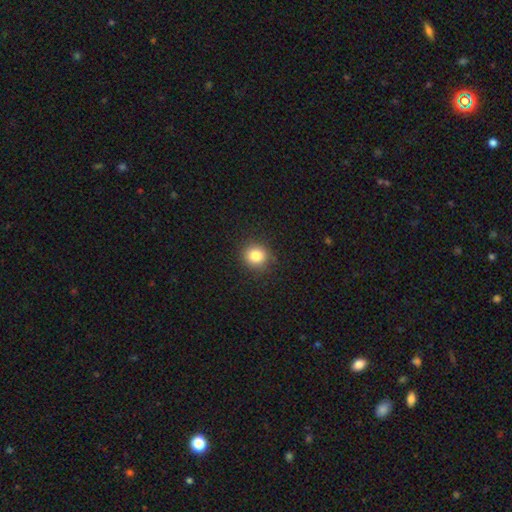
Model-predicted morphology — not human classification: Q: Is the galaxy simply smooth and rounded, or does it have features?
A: smooth — 84%.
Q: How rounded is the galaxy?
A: round — 85%.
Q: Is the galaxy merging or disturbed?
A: none — 87%.